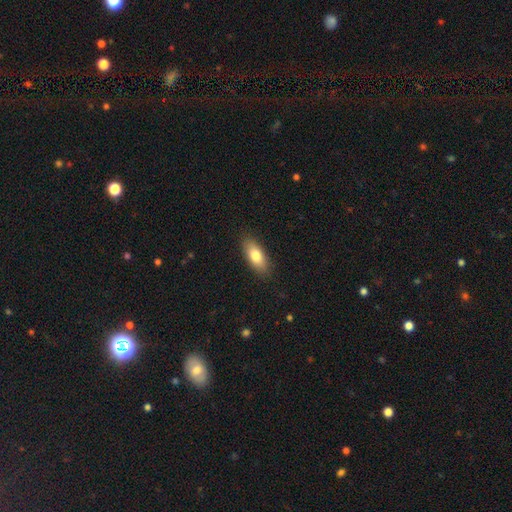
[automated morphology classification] Overall: smooth (81%). How rounded: in between (81%). Merging: none (87%).